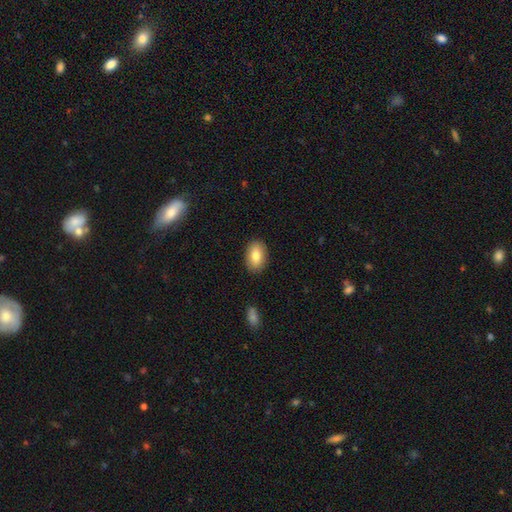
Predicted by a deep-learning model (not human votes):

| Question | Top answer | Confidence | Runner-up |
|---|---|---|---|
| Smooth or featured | smooth | 81% | featured or disk (12%) |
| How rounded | in between | 90% | round (8%) |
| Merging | none | 88% | minor disturbance (8%) |